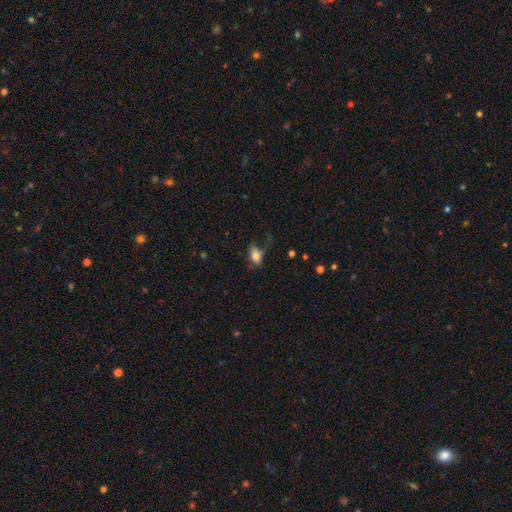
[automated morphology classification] This is likely a smooth galaxy (79%). How rounded: clearly in between (85%). Merging: possibly none (51%).